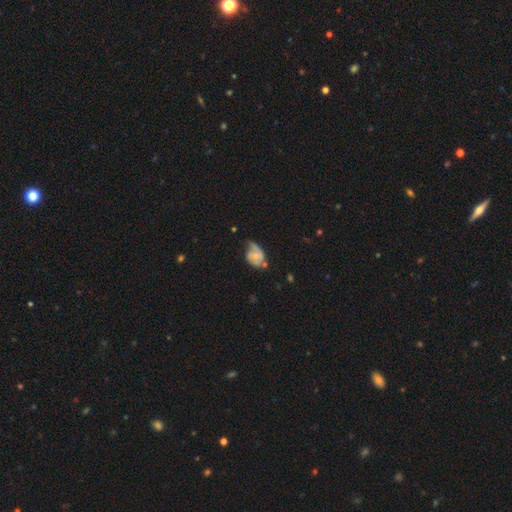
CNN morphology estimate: The model was most divided on "merging": none: 35%, minor disturbance: 34%, major disturbance: 26%, merger: 6%. More confident: edge-on disk — no (97%); spiral arms — yes (78%); smooth or featured — featured or disk (61%); bar — no (55%); bulge size — small (52%).